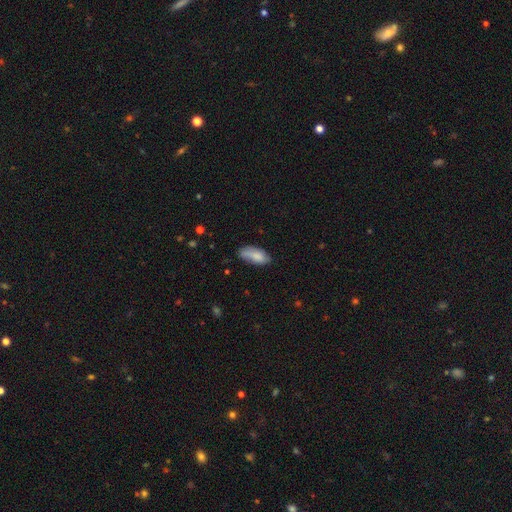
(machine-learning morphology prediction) Overall: smooth (80%). How rounded: in between (86%). Merging: none (59%; minor disturbance 30%).